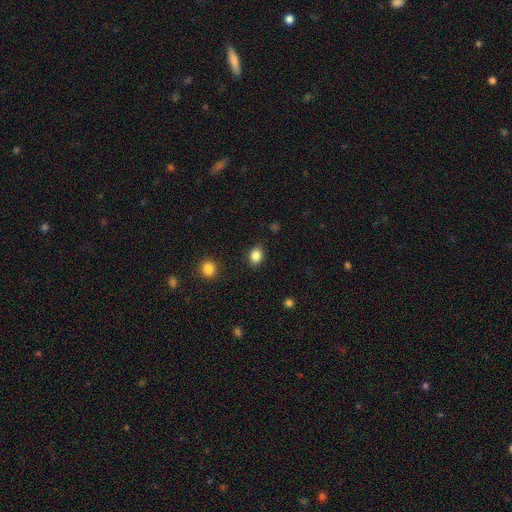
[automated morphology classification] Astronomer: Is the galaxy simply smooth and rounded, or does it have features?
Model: smooth — 86%.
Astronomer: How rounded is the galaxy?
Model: in between — 60% (runner-up: round, 39%).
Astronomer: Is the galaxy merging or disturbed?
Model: none — 87%.